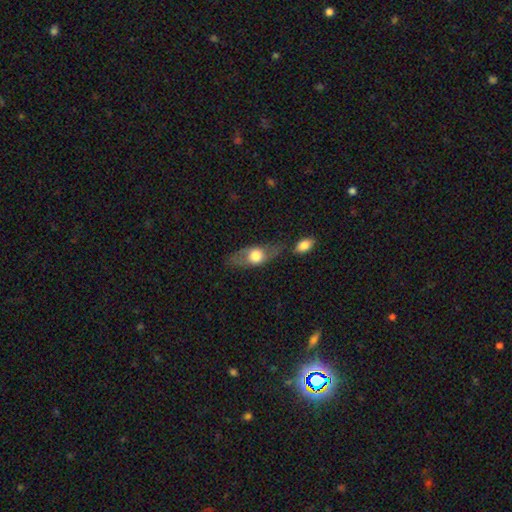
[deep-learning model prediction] This appears to be a smooth galaxy with no disk features (53%) that is in between round and cigar-shaped (67%). Merging: none (60%).